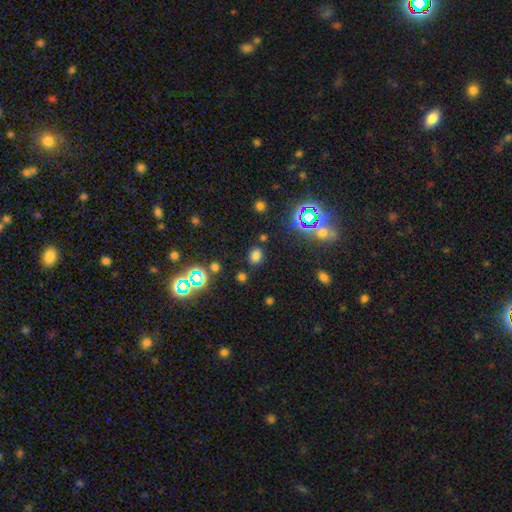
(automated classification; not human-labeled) smooth-or-featured: smooth: 66% | star or artifact: 28% | featured or disk: 6%
  how-rounded: in between: 53% | round: 46% | cigar-shaped: 1%
  merging: none: 82% | minor disturbance: 10% | merger: 4% | major disturbance: 4%